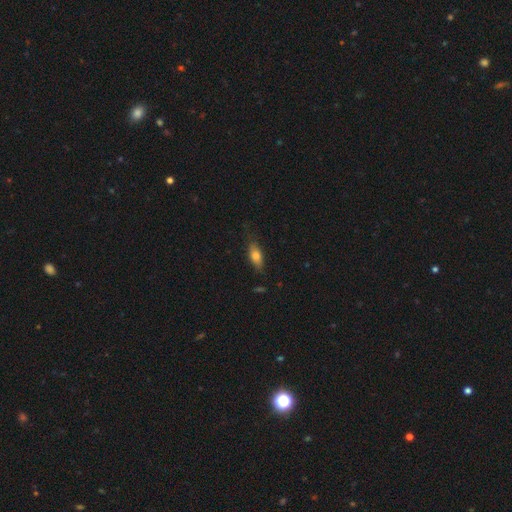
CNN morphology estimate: type=smooth (73%); roundness=in between (74%); merging=none (74%).